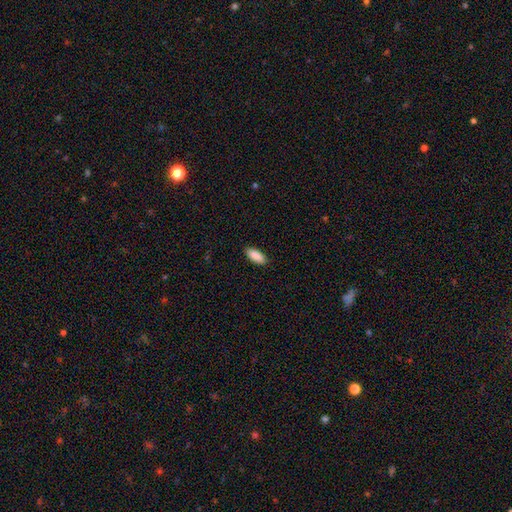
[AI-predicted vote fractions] Smooth or featured: smooth — 90% (star or artifact — 6%)
How rounded: in between — 86% (cigar-shaped — 13%)
Merging: none — 89% (minor disturbance — 9%)